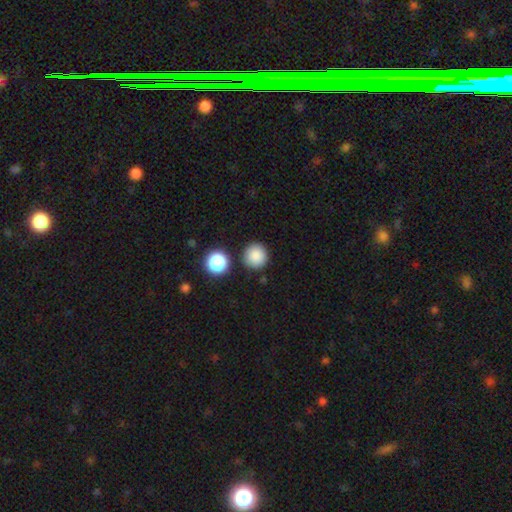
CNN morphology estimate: Smooth or featured? Predicted: smooth (p=0.85). How rounded? Predicted: round (p=0.94). Merging? Predicted: none (p=0.85).